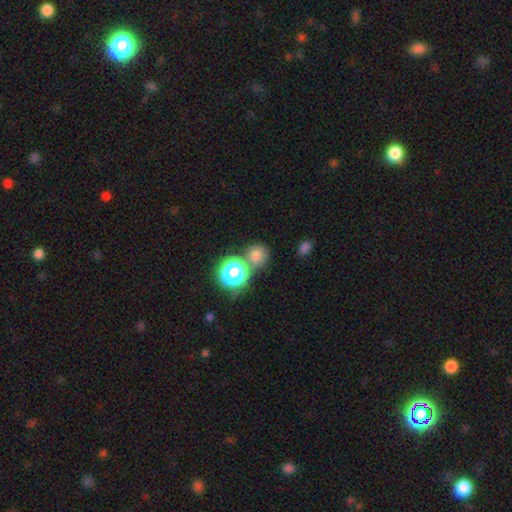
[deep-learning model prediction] Morphology: type=smooth (71%); roundness=round (87%); merging=none (62%).